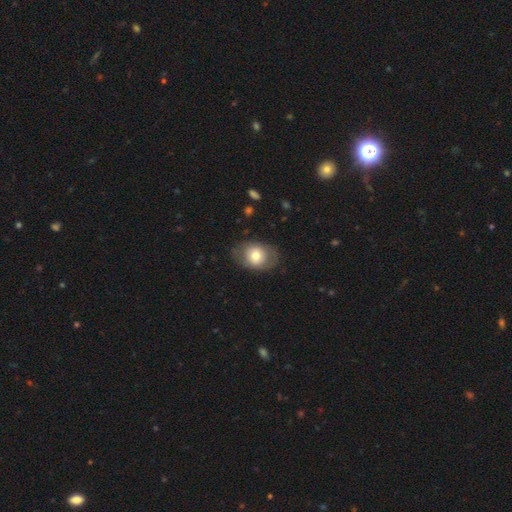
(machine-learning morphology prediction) Smooth or featured? smooth (68%)
How rounded? in between (62%)
Merging? none (76%)